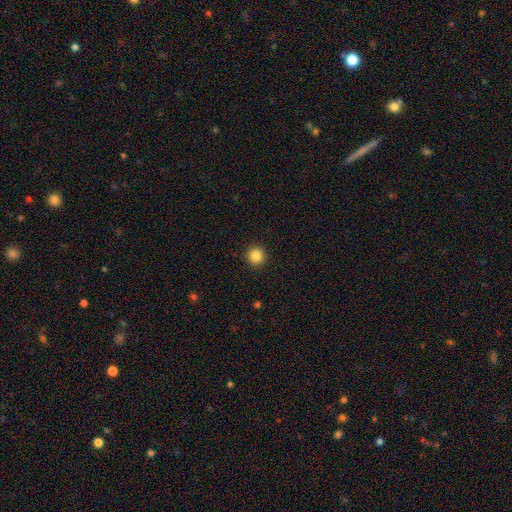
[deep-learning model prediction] Morphology: type=smooth (86%); roundness=round (95%); merging=none (93%).